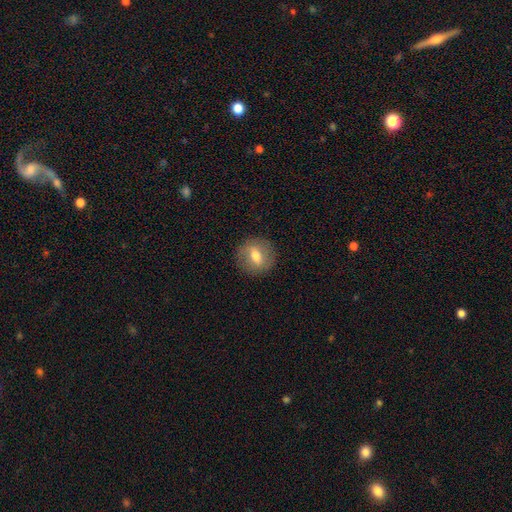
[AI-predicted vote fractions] The model was most divided on "smooth or featured": smooth: 58%, featured or disk: 33%, star or artifact: 9%. More confident: merging — none (88%); how rounded — round (80%).